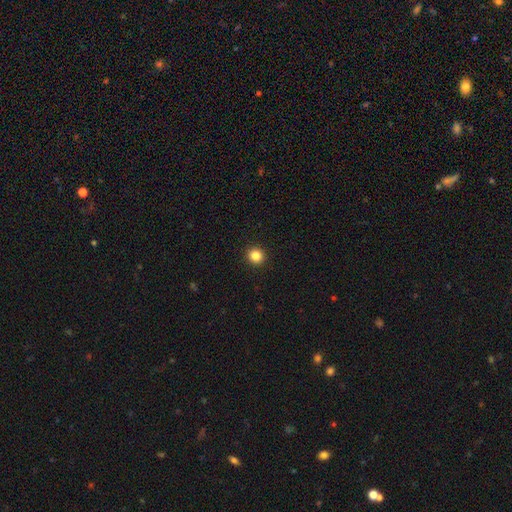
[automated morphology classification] Q: Smooth or featured?
A: smooth (84%); runner-up: star or artifact (12%)
Q: How rounded?
A: round (93%); runner-up: in between (6%)
Q: Merging?
A: none (93%); runner-up: minor disturbance (4%)